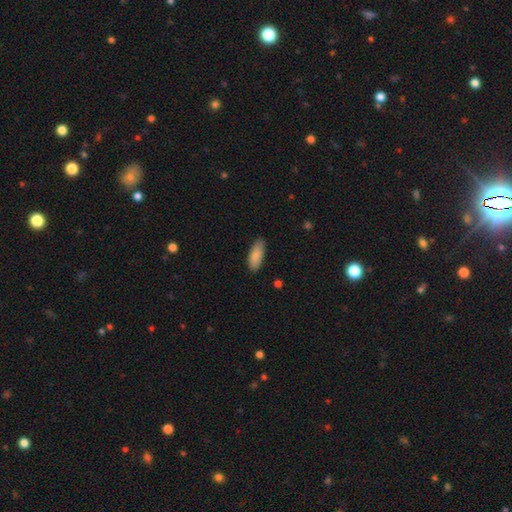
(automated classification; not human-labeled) This is clearly a smooth galaxy (88%). How rounded: likely in between (77%). Merging: clearly none (84%).